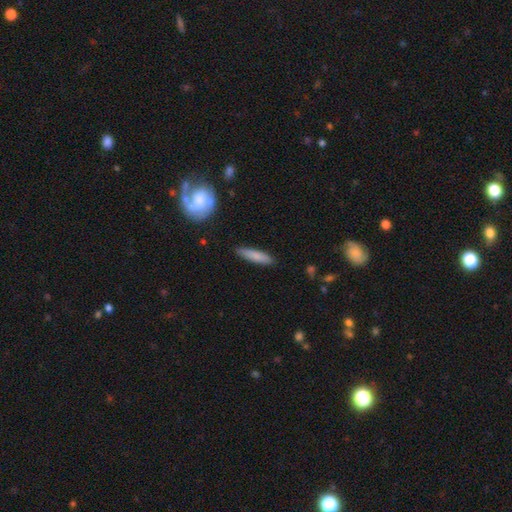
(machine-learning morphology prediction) Q: Smooth or featured?
A: smooth (80%); runner-up: featured or disk (14%)
Q: How rounded?
A: cigar-shaped (79%); runner-up: in between (19%)
Q: Merging?
A: none (86%); runner-up: minor disturbance (10%)